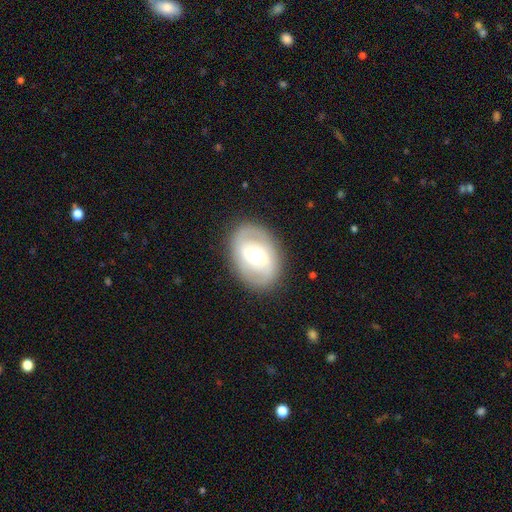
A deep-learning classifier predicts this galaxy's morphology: Smooth or featured: featured or disk — 67% (smooth — 27%)
Edge-on disk: no — 95% (yes — 5%)
Bar: weak — 43% (no — 35%)
Spiral arms: yes — 71% (no — 29%)
Bulge size: moderate — 70% (large — 15%)
Merging: none — 84% (minor disturbance — 11%)